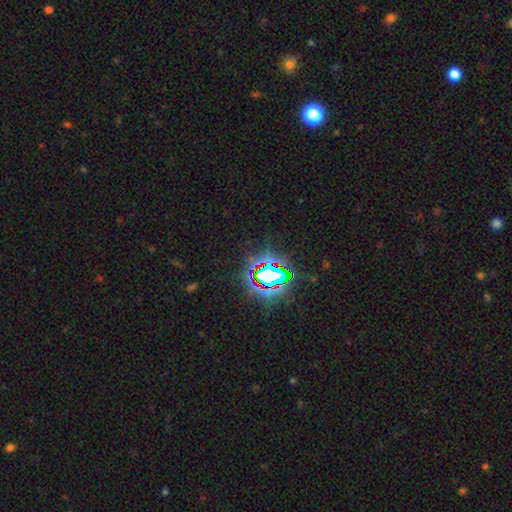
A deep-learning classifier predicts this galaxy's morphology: This is likely a star or artifact rather than a galaxy (79%).